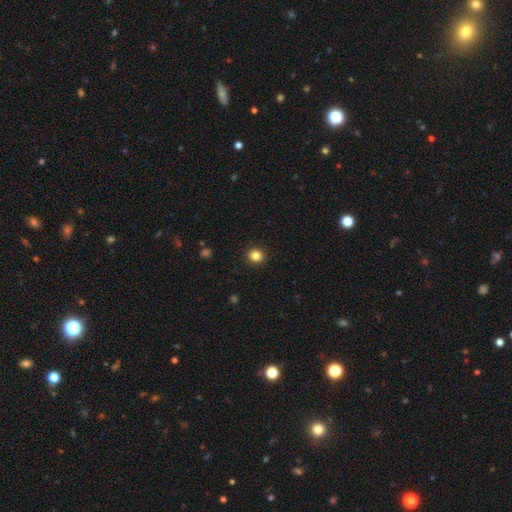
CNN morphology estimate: This appears to be a smooth galaxy with no disk features (84%) that is round (92%). Merging: none (93%).